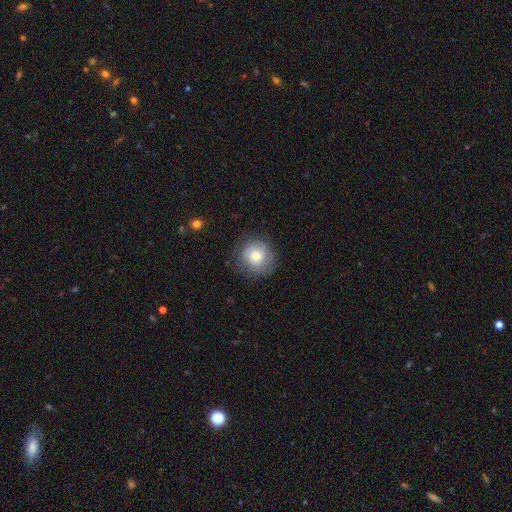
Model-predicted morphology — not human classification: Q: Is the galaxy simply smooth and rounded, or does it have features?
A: smooth — 65%.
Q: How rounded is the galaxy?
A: round — 89%.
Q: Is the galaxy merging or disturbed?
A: none — 76%.